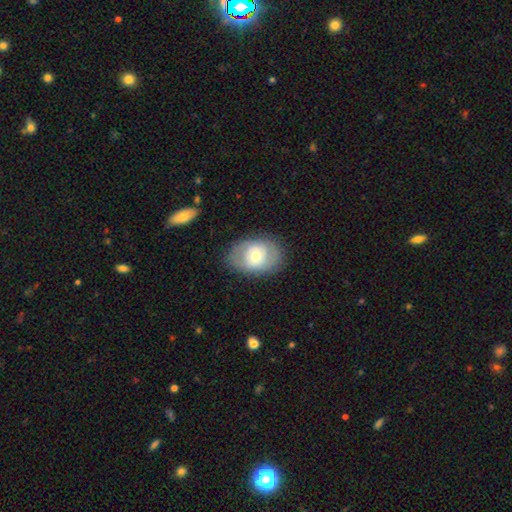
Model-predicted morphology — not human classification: The model was most divided on "smooth or featured": smooth: 51%, featured or disk: 42%, star or artifact: 7%. More confident: merging — none (79%); how rounded — in between (73%).